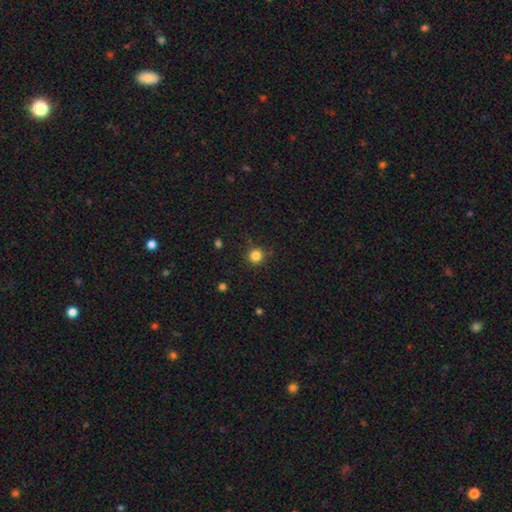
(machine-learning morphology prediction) The model was most divided on "smooth or featured": smooth: 84%, star or artifact: 12%, featured or disk: 4%. More confident: how rounded — round (94%); merging — none (86%).